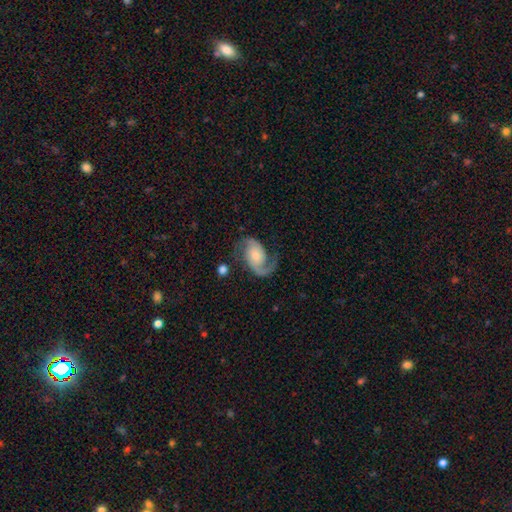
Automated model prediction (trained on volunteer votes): Morphology: type=featured or disk (88%); edge-on=no (98%); bar=no (64%); spiral arms=yes (97%); winding=medium (47%); arm count=2 (85%); bulge=small (44%); merging=none (68%).